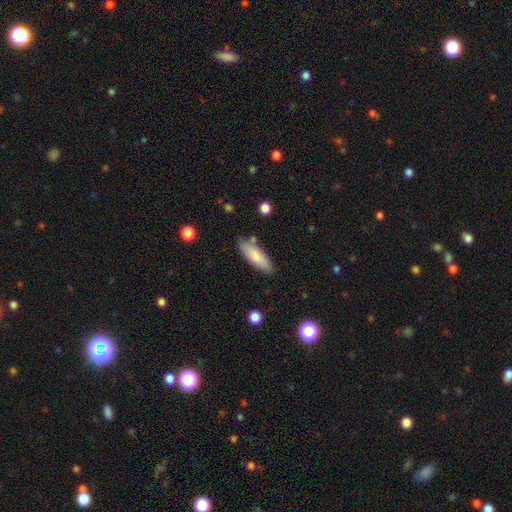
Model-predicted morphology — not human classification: smooth 80%, featured or disk 14%, star or artifact 6%. Down the decision tree: how rounded — in between (56%); merging — none (79%).